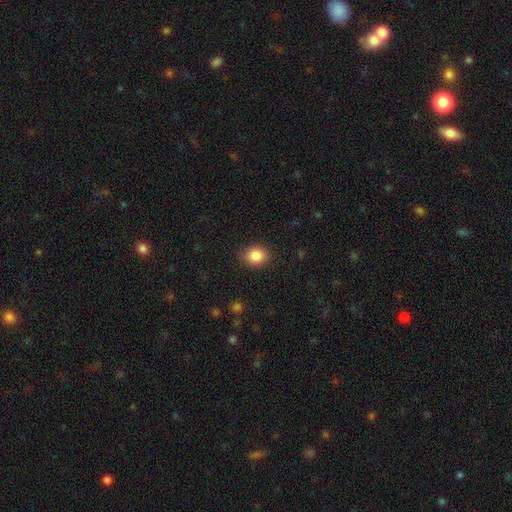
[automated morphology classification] This is clearly a smooth galaxy (86%). How rounded: likely round (64%). Merging: clearly none (87%).